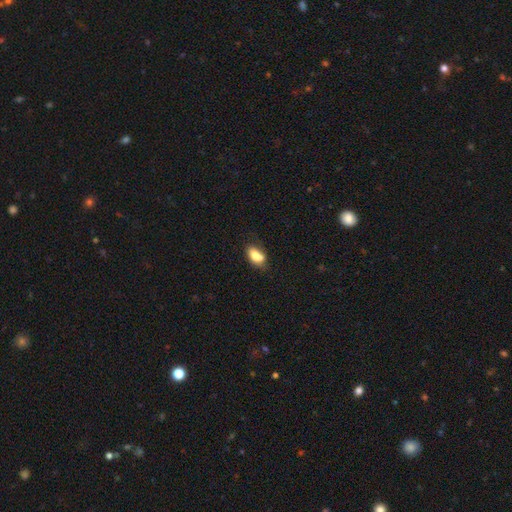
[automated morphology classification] type=smooth (76%); roundness=in between (86%); merging=none (50%).